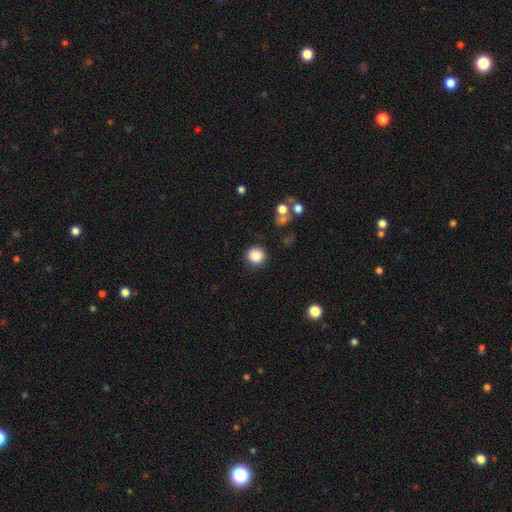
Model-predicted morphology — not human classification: A smooth galaxy with no disk features (85%) that is round (93%).

Vote fractions:
- Smooth or featured? smooth: 85% / star or artifact: 10% / featured or disk: 5%
- How rounded? round: 93% / in between: 6% / cigar-shaped: 1%
- Merging? none: 88% / minor disturbance: 7% / major disturbance: 3% / merger: 2%